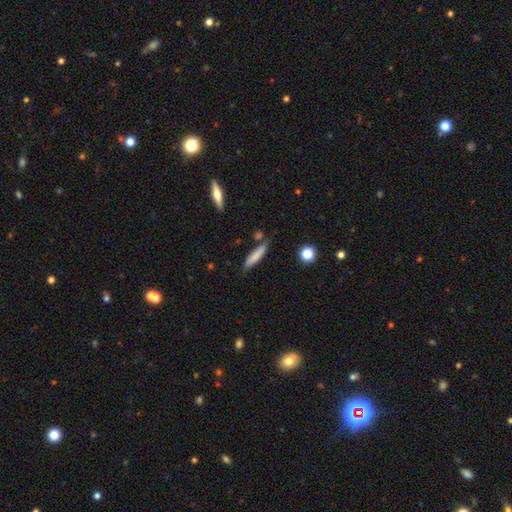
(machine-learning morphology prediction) A smooth galaxy with no disk features (77%) that is cigar-shaped (84%).

Vote fractions:
- Smooth or featured? smooth: 77% / featured or disk: 17% / star or artifact: 6%
- How rounded? cigar-shaped: 84% / in between: 14% / round: 2%
- Merging? none: 75% / minor disturbance: 15% / merger: 6% / major disturbance: 3%